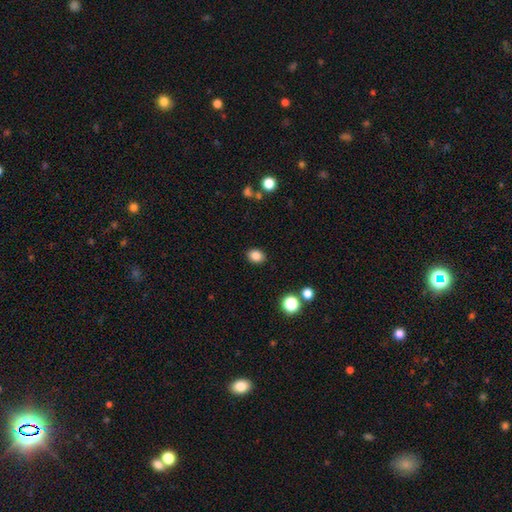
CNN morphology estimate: Smooth or featured? smooth (85%)
How rounded? in between (55%)
Merging? none (89%)